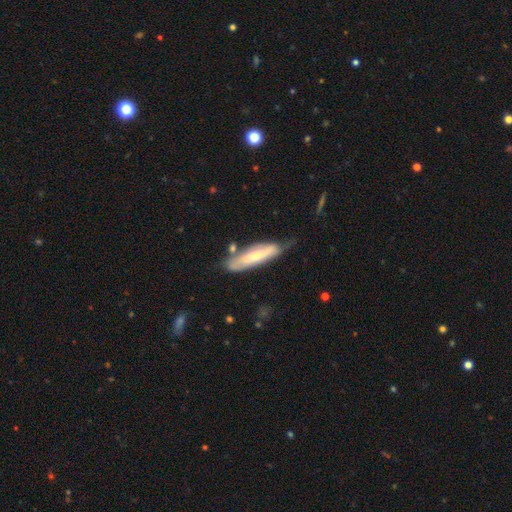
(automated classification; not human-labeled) smooth 48%, featured or disk 46%, star or artifact 6%. Down the decision tree: merging — none (55%).